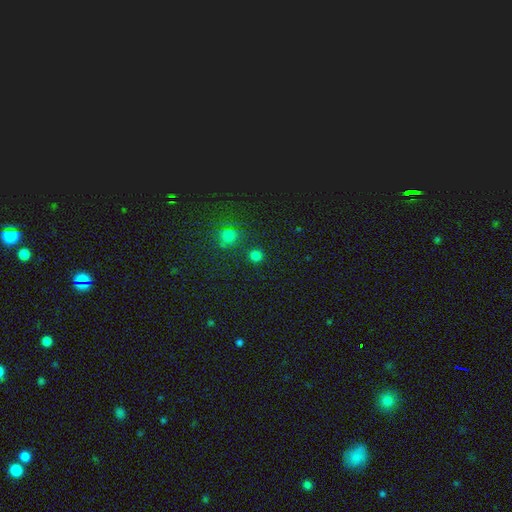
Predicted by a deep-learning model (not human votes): smooth_or_featured: smooth (p=0.74) [alt: star or artifact p=0.22]
how_rounded: round (p=0.92) [alt: in between p=0.07]
merging: none (p=0.84) [alt: minor disturbance p=0.07]